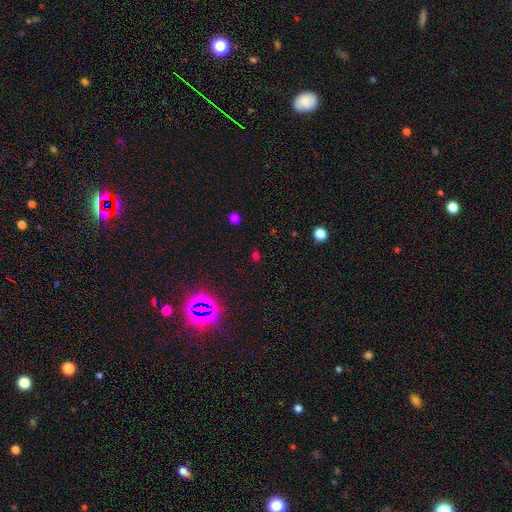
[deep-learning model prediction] smooth-or-featured: star or artifact: 52% | smooth: 41% | featured or disk: 7%